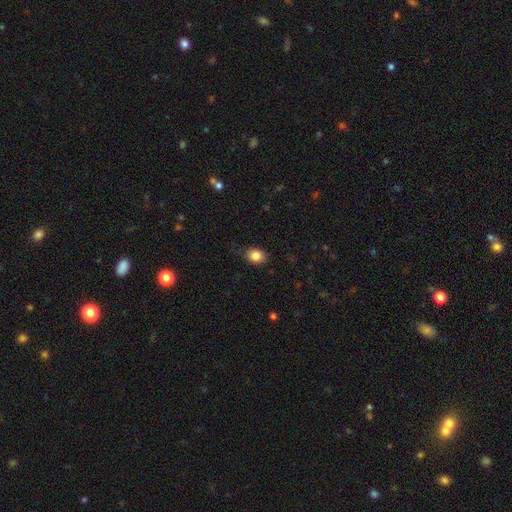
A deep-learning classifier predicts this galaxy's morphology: Smooth or featured: smooth — 84% (star or artifact — 9%)
How rounded: in between — 61% (round — 38%)
Merging: none — 75% (minor disturbance — 19%)